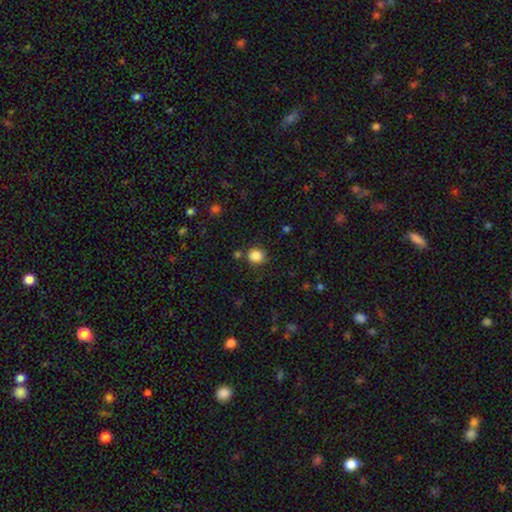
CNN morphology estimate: A smooth galaxy with no disk features (86%) that is round (85%). Merging: none (81%).